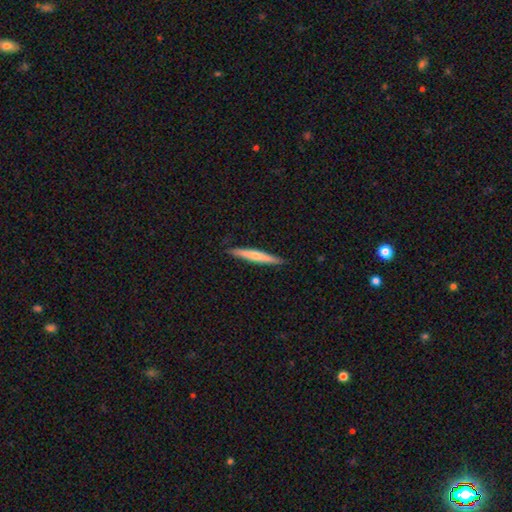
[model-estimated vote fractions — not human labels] This is possibly a smooth galaxy (52%). How rounded: clearly cigar-shaped (94%). Merging: clearly none (89%).